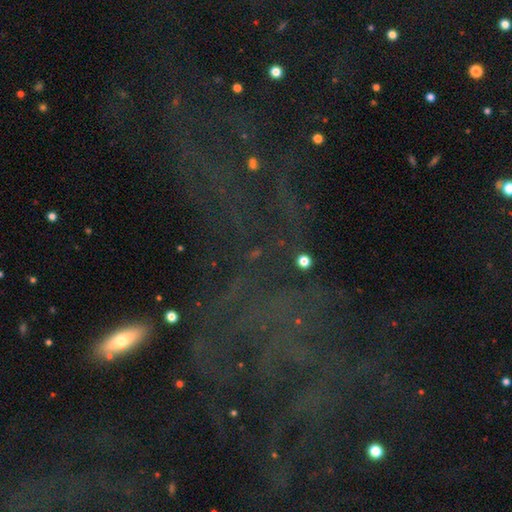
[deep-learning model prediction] Q: Smooth or featured?
A: star or artifact (59%); runner-up: featured or disk (23%)